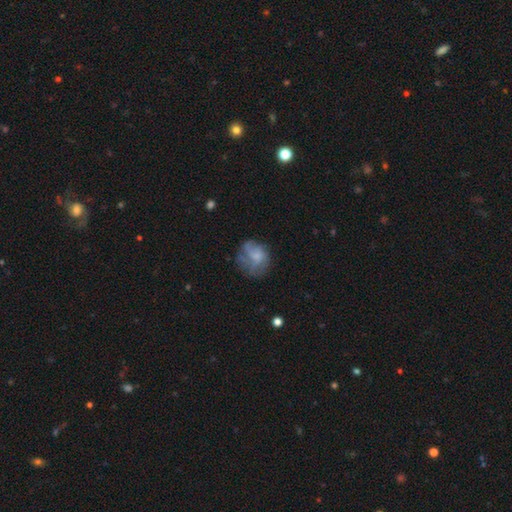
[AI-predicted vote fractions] smooth 50%, featured or disk 40%, star or artifact 10%. Down the decision tree: merging — none (47%).